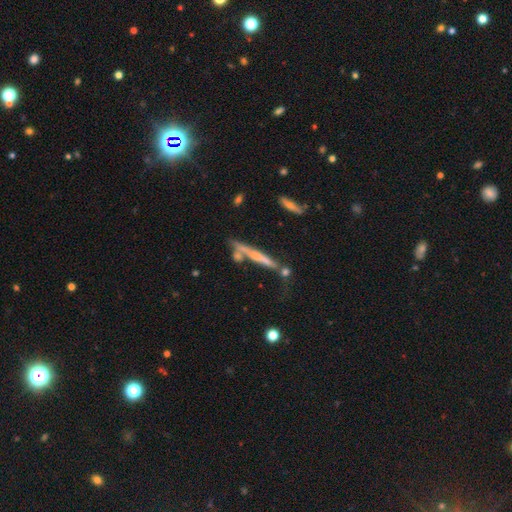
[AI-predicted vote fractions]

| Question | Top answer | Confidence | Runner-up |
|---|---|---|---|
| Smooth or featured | featured or disk | 49% | smooth (30%) |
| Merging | none | 54% | merger (19%) |